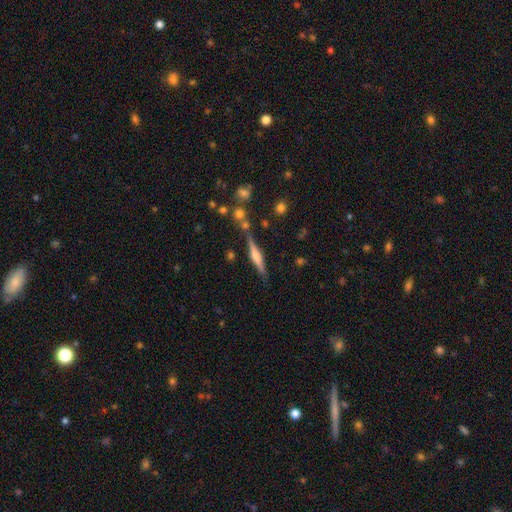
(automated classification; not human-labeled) The model was most divided on "smooth or featured": featured or disk: 66%, smooth: 25%, star or artifact: 8%. More confident: edge-on disk — yes (97%); merging — none (79%); edge-on bulge — rounded (70%).